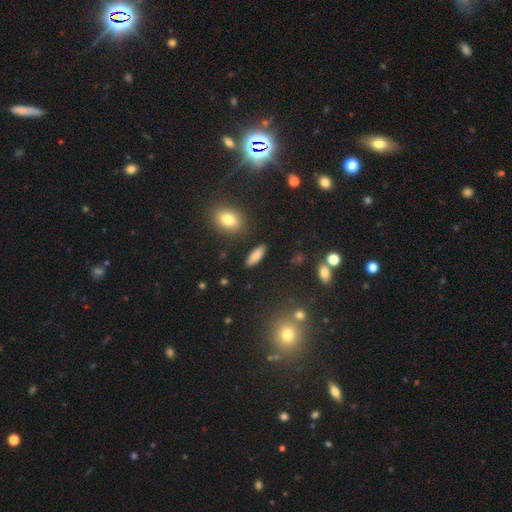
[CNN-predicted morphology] This appears to be a smooth galaxy with no disk features (82%) that is in between round and cigar-shaped (56%). Merging: none (89%).